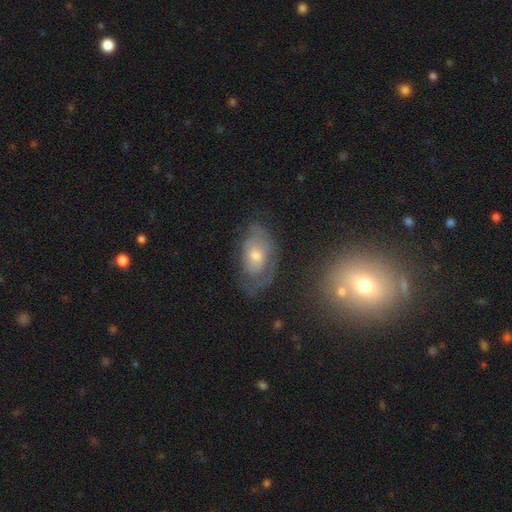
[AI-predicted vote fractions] Smooth or featured: featured or disk — 57% (smooth — 33%)
Edge-on disk: no — 93% (yes — 7%)
Bar: no — 81% (weak — 16%)
Spiral arms: yes — 62% (no — 38%)
Bulge size: moderate — 49% (small — 44%)
Merging: none — 54% (minor disturbance — 27%)